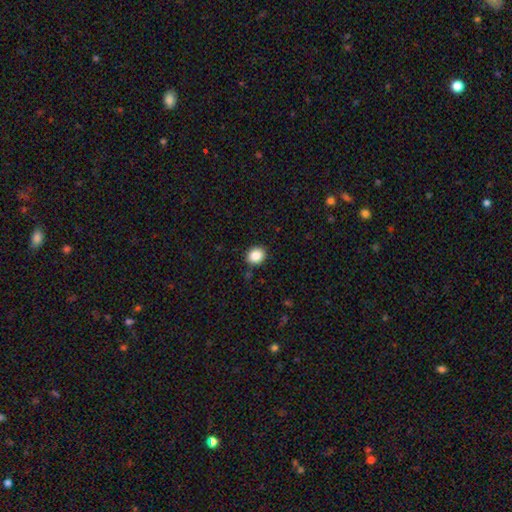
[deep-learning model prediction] Morphology: type=smooth (86%); roundness=round (73%); merging=none (89%).